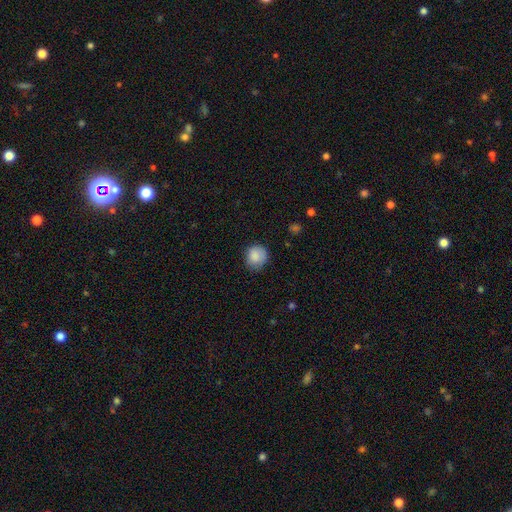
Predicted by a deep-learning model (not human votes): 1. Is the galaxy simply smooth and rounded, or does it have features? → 87% smooth, 8% star or artifact, 5% featured or disk.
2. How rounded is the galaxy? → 85% round, 14% in between, 1% cigar-shaped.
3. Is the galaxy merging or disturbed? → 75% none, 20% minor disturbance, 4% major disturbance, 1% merger.